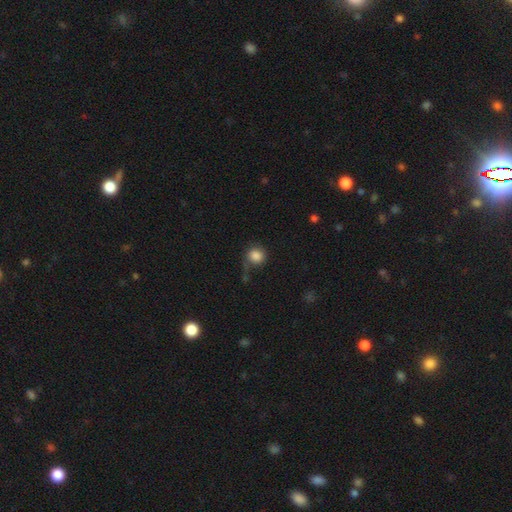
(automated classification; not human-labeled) Smooth or featured: smooth — 85% (star or artifact — 9%)
How rounded: round — 87% (in between — 12%)
Merging: none — 58% (minor disturbance — 23%)